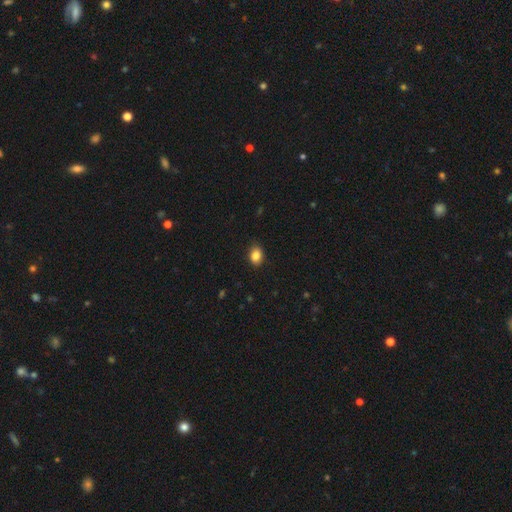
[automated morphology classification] smooth 86%, star or artifact 9%, featured or disk 5%. Down the decision tree: how rounded — in between (72%); merging — none (85%).